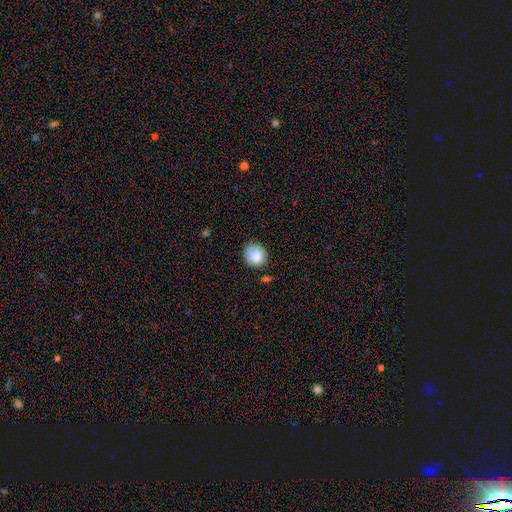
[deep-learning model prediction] smooth-or-featured: smooth: 84% | featured or disk: 8% | star or artifact: 8%
  how-rounded: round: 71% | in between: 28% | cigar-shaped: 1%
  merging: none: 73% | minor disturbance: 19% | major disturbance: 4% | merger: 3%